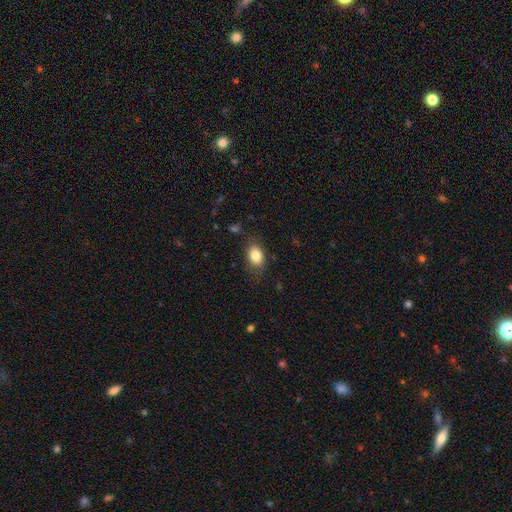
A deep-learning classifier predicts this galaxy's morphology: Q: Smooth or featured?
A: smooth (83%); runner-up: featured or disk (9%)
Q: How rounded?
A: in between (80%); runner-up: round (18%)
Q: Merging?
A: none (76%); runner-up: minor disturbance (17%)